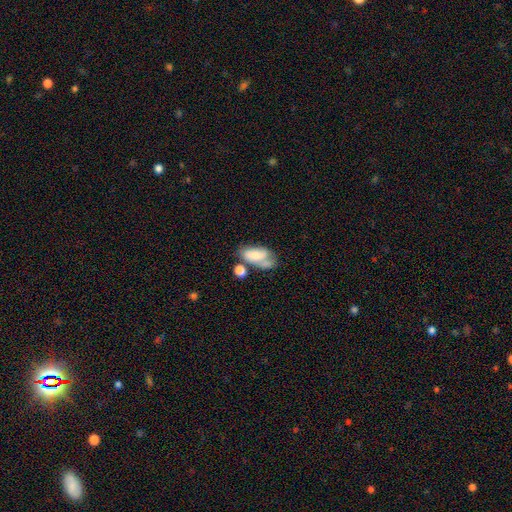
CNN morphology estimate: Smooth or featured?
  - smooth: 61% *
  - featured or disk: 31%
  - star or artifact: 8%
How rounded?
  - in between: 91% *
  - round: 5%
  - cigar-shaped: 4%
Merging?
  - none: 30% *
  - merger: 29%
  - minor disturbance: 23%
  - major disturbance: 18%